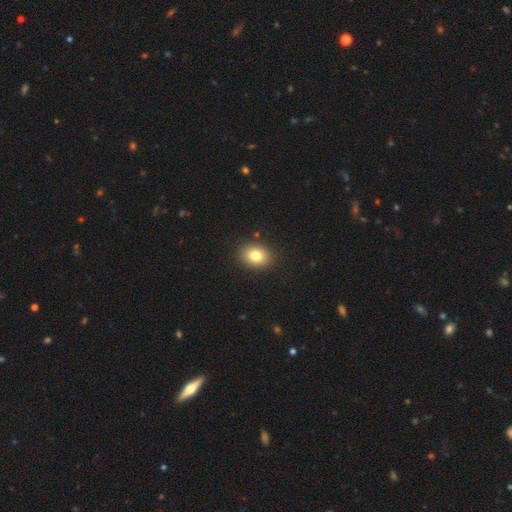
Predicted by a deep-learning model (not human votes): smooth_or_featured: smooth (p=0.81) [alt: star or artifact p=0.10]
how_rounded: in between (p=0.63) [alt: round p=0.36]
merging: none (p=0.89) [alt: minor disturbance p=0.07]